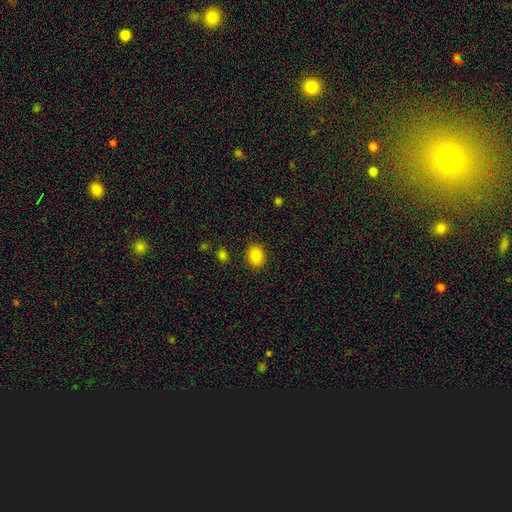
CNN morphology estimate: smooth_or_featured: smooth (p=0.85) [alt: star or artifact p=0.09]
how_rounded: in between (p=0.53) [alt: round p=0.46]
merging: none (p=0.88) [alt: minor disturbance p=0.08]